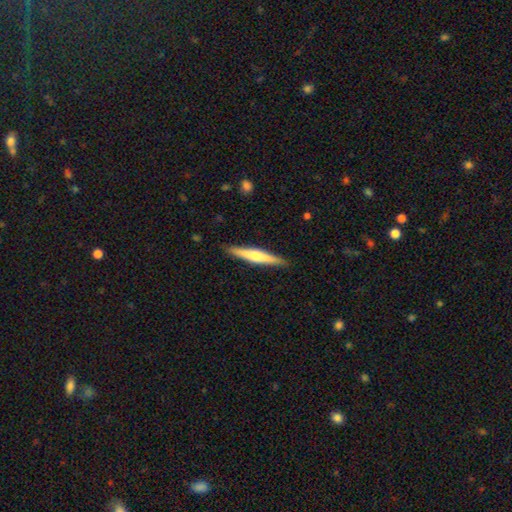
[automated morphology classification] featured or disk 51%, smooth 44%, star or artifact 5%. Down the decision tree: edge-on disk — yes (96%); merging — none (90%).